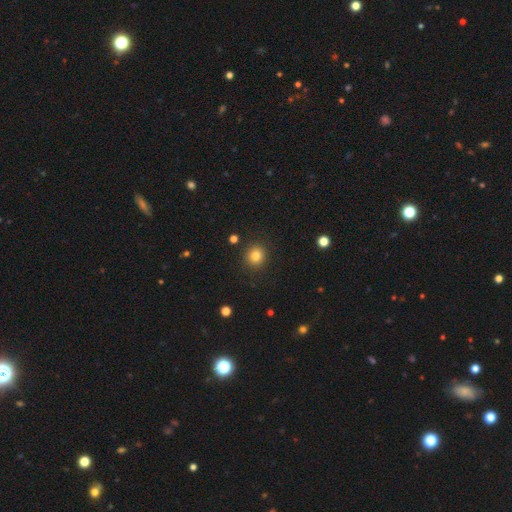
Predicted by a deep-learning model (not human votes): Smooth or featured?
  - smooth: 82% *
  - star or artifact: 12%
  - featured or disk: 6%
How rounded?
  - round: 91% *
  - in between: 8%
  - cigar-shaped: 1%
Merging?
  - none: 90% *
  - minor disturbance: 6%
  - major disturbance: 2%
  - merger: 2%